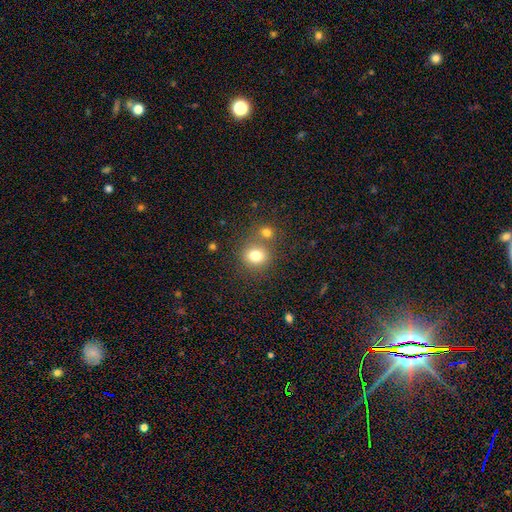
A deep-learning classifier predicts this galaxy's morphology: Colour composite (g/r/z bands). It shows a smooth galaxy with no disk features (79%) that is round (80%). Merging: none (61%).